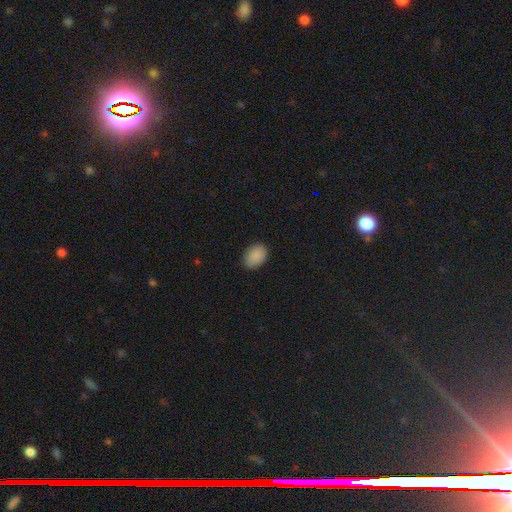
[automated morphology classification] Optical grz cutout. It shows a smooth galaxy with no disk features (89%) that is in between round and cigar-shaped (78%). Merging: none (86%).